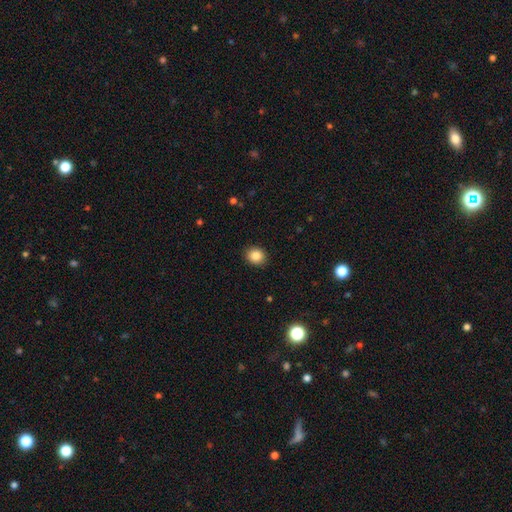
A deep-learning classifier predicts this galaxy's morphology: This is clearly a smooth galaxy (85%). How rounded: likely round (69%). Merging: clearly none (90%).